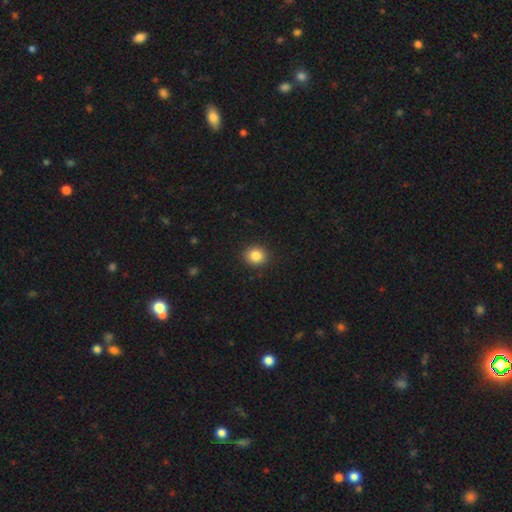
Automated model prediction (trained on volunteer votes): smooth 85%, star or artifact 10%, featured or disk 5%. Down the decision tree: how rounded — round (83%); merging — none (91%).